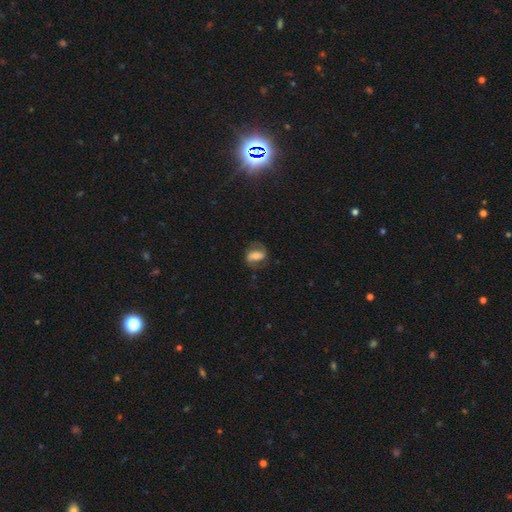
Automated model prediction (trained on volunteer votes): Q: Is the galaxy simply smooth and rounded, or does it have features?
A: featured or disk — 51%.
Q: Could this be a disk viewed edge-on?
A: no — 93%.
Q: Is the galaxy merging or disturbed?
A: none — 67%.